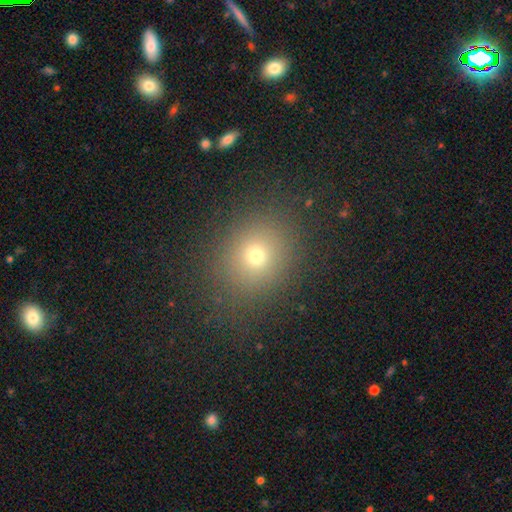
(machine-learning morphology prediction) type=smooth (69%); roundness=round (70%); merging=none (85%).